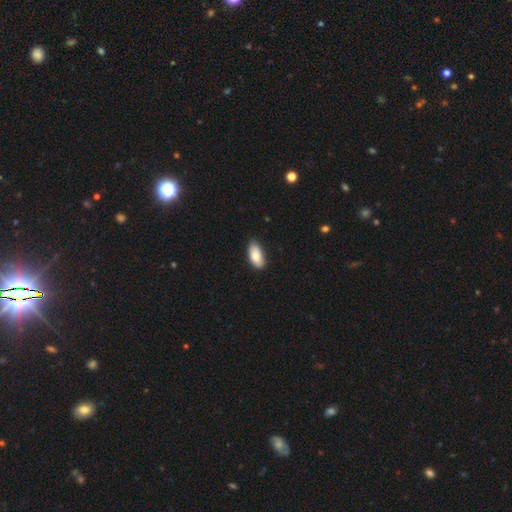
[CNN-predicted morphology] Smooth or featured? Predicted: smooth (p=0.85). How rounded? Predicted: in between (p=0.91). Merging? Predicted: none (p=0.82).